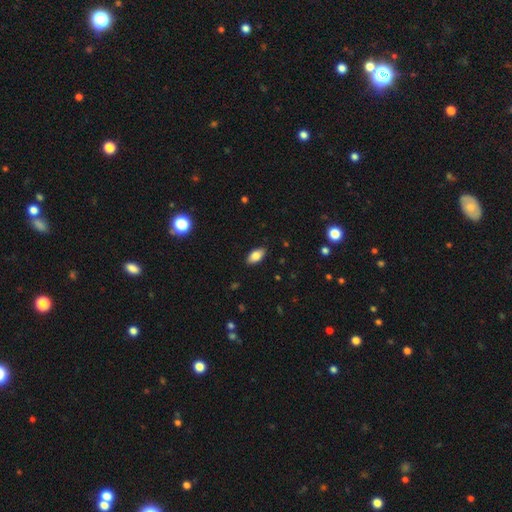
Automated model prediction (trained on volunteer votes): Smooth or featured? smooth (82%)
How rounded? in between (92%)
Merging? none (88%)